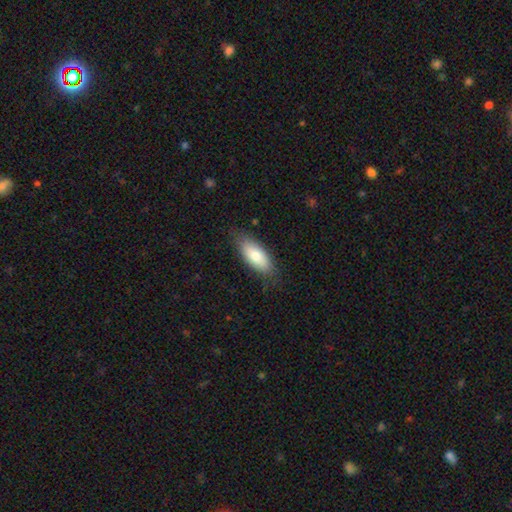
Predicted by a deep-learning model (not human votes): Morphology: type=smooth (78%); roundness=in between (81%); merging=none (79%).